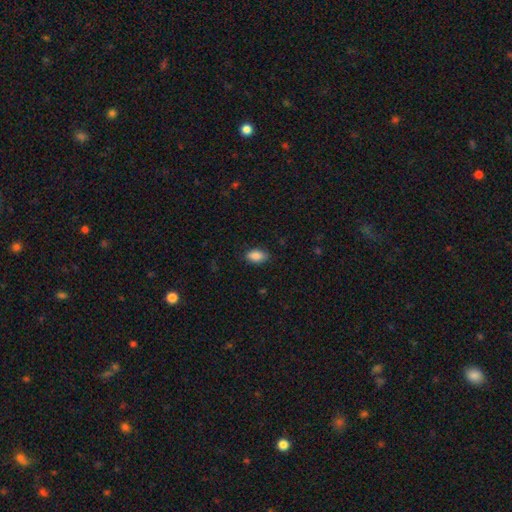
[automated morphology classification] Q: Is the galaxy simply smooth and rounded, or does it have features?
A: smooth — 88%.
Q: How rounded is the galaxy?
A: in between — 91%.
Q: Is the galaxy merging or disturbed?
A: none — 83%.